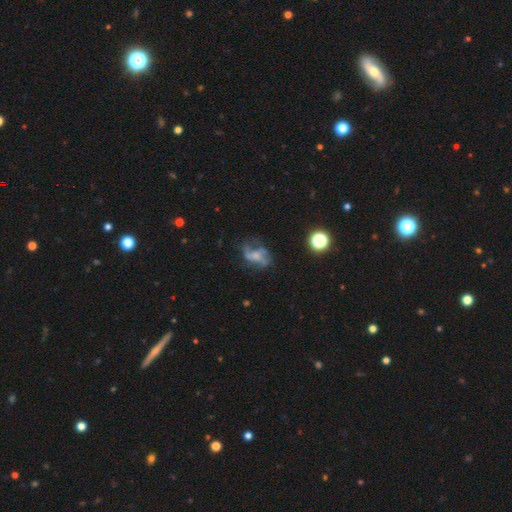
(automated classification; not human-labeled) Q: Smooth or featured?
A: featured or disk (64%); runner-up: smooth (23%)
Q: Edge-on disk?
A: no (97%); runner-up: yes (3%)
Q: Bar?
A: no (66%); runner-up: weak (28%)
Q: Spiral arms?
A: yes (71%); runner-up: no (29%)
Q: Bulge size?
A: small (36%); runner-up: none (29%)
Q: Merging?
A: none (44%); runner-up: major disturbance (31%)